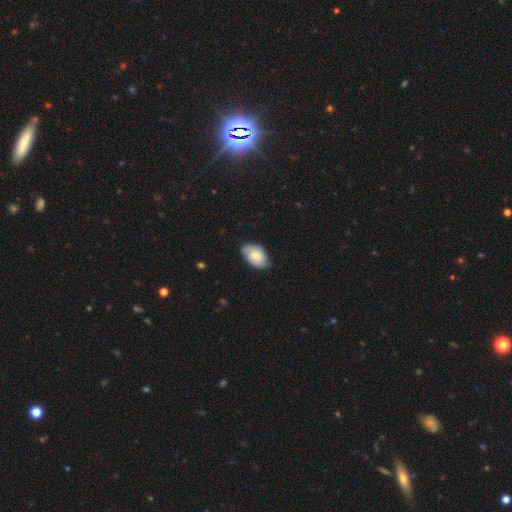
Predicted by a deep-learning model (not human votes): Smooth or featured?
  - smooth: 66% *
  - featured or disk: 27%
  - star or artifact: 7%
How rounded?
  - in between: 90% *
  - round: 8%
  - cigar-shaped: 1%
Merging?
  - none: 69% *
  - minor disturbance: 25%
  - major disturbance: 4%
  - merger: 1%